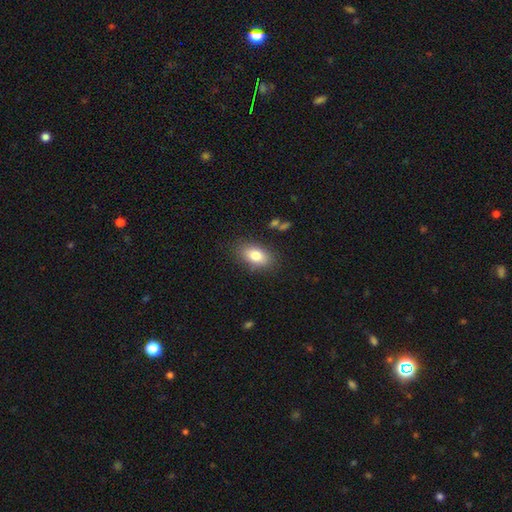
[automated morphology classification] Q: Smooth or featured?
A: smooth (81%); runner-up: featured or disk (11%)
Q: How rounded?
A: in between (89%); runner-up: round (9%)
Q: Merging?
A: none (83%); runner-up: minor disturbance (12%)